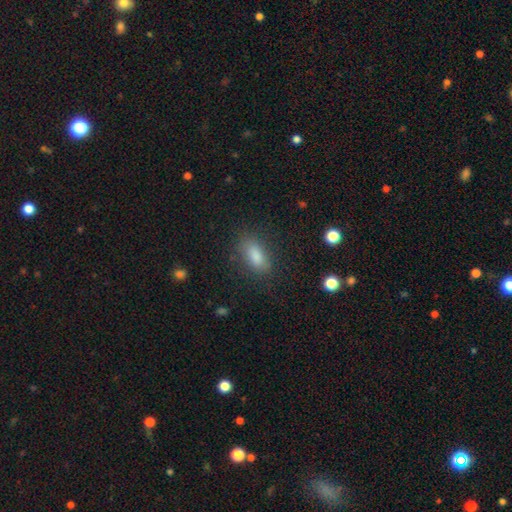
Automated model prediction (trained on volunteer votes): Overall: smooth (81%). How rounded: in between (81%). Merging: none (81%).